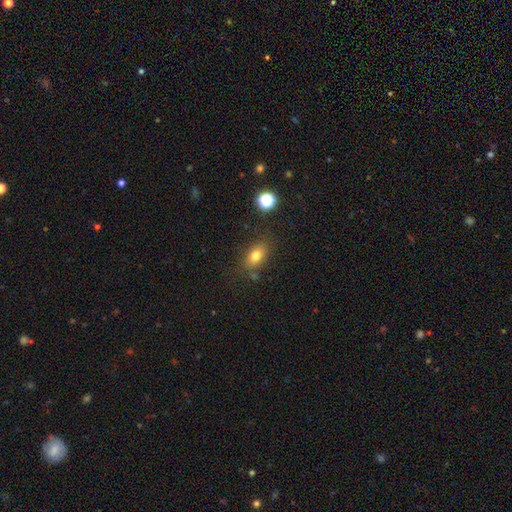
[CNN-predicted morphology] This appears to be a smooth galaxy with no disk features (78%) that is in between round and cigar-shaped (79%). Merging: none (77%).